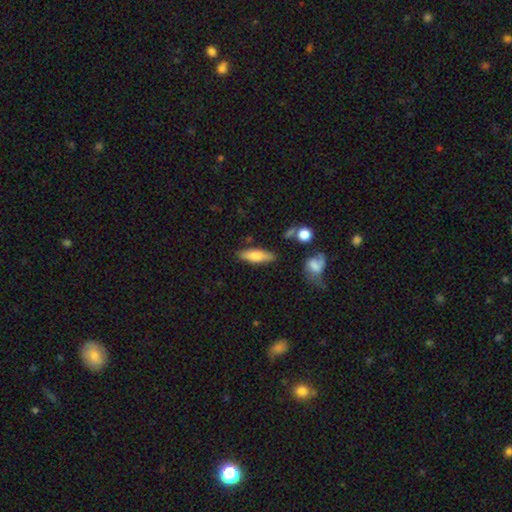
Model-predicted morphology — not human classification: The model was most divided on "how rounded": in between: 51%, cigar-shaped: 46%, round: 3%. More confident: merging — none (81%); smooth or featured — smooth (71%).